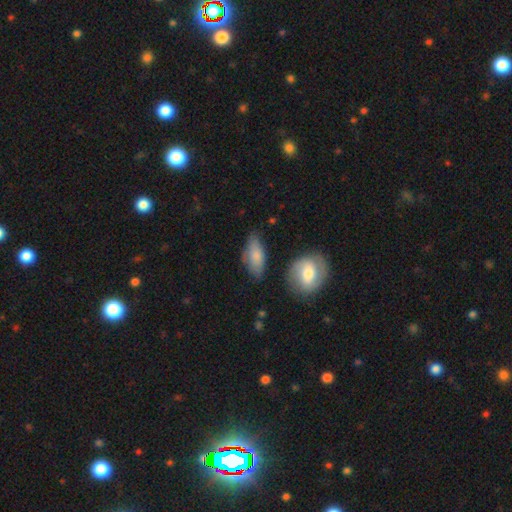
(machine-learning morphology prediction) Q: Smooth or featured?
A: smooth (75%); runner-up: featured or disk (19%)
Q: How rounded?
A: in between (85%); runner-up: cigar-shaped (11%)
Q: Merging?
A: none (66%); runner-up: minor disturbance (24%)